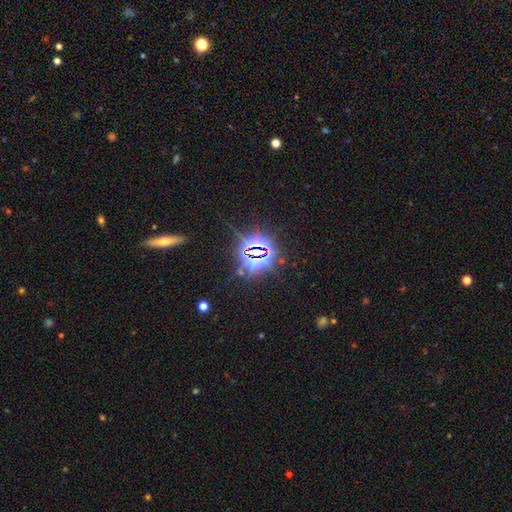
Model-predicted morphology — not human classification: smooth-or-featured: star or artifact: 78% | smooth: 12% | featured or disk: 10%